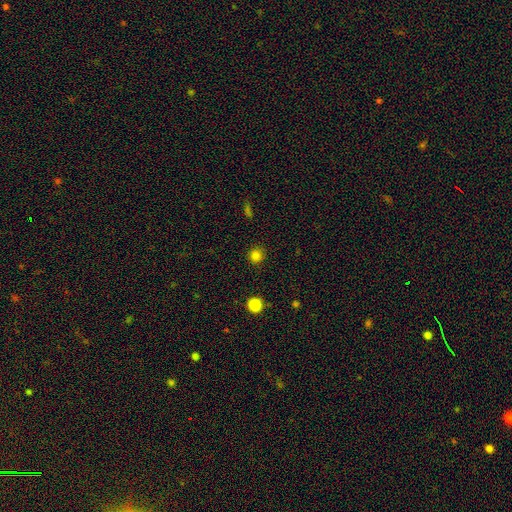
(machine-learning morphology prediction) Smooth or featured: smooth — 81% (star or artifact — 16%)
How rounded: round — 93% (in between — 6%)
Merging: none — 90% (minor disturbance — 7%)